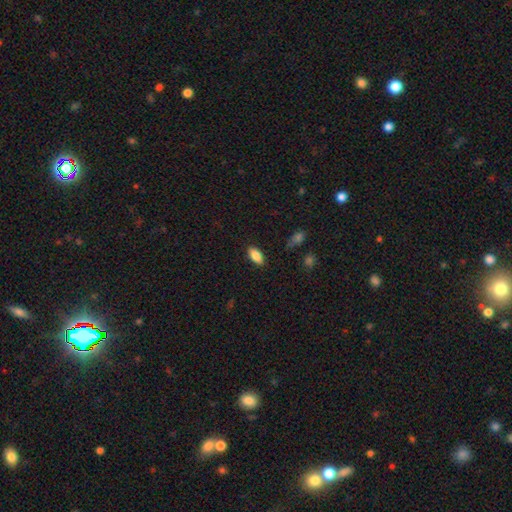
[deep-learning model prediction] Smooth or featured?
  - smooth: 84% *
  - featured or disk: 9%
  - star or artifact: 7%
How rounded?
  - in between: 88% *
  - cigar-shaped: 10%
  - round: 2%
Merging?
  - none: 86% *
  - minor disturbance: 10%
  - major disturbance: 2%
  - merger: 1%